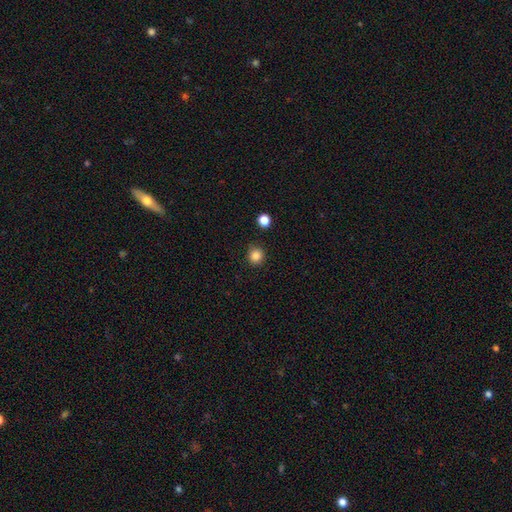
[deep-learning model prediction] Smooth or featured? Predicted: smooth (p=0.84). How rounded? Predicted: round (p=0.92). Merging? Predicted: none (p=0.88).